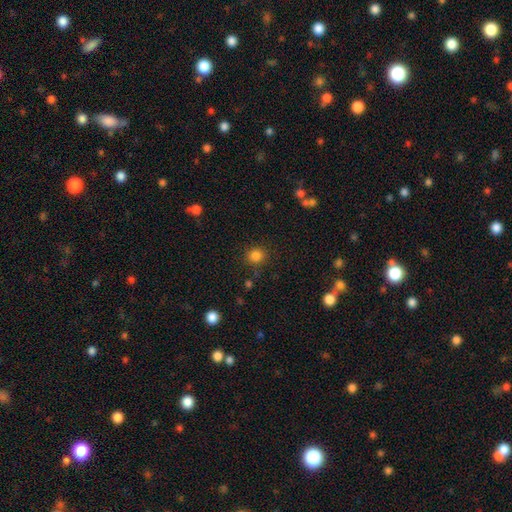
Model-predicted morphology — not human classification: A smooth galaxy with no disk features (83%) that is round (89%). Merging: none (87%).